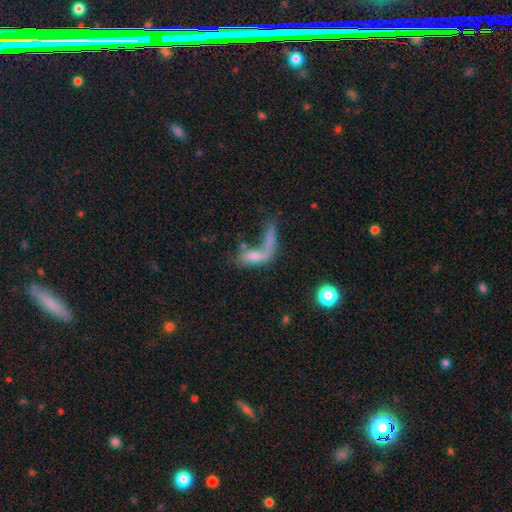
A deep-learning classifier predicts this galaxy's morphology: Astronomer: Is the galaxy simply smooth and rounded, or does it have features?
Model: smooth — 50% (runner-up: featured or disk, 38%).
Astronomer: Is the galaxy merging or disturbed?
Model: merger — 37% (runner-up: major disturbance, 30%).